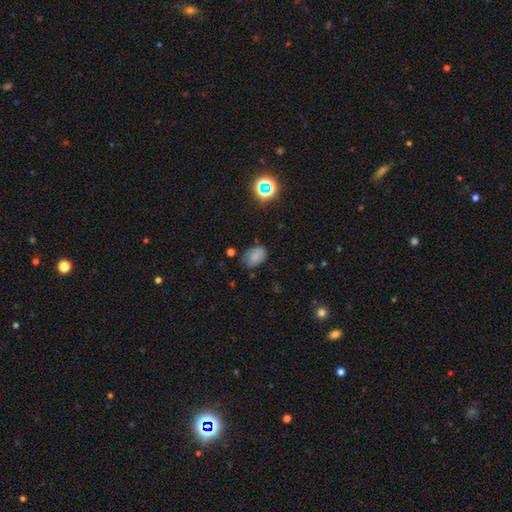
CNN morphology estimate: A smooth galaxy with no disk features (73%) that is in between round and cigar-shaped (83%).

Vote fractions:
- Smooth or featured? smooth: 73% / star or artifact: 15% / featured or disk: 12%
- How rounded? in between: 83% / round: 16% / cigar-shaped: 1%
- Merging? none: 68% / minor disturbance: 24% / major disturbance: 6% / merger: 2%